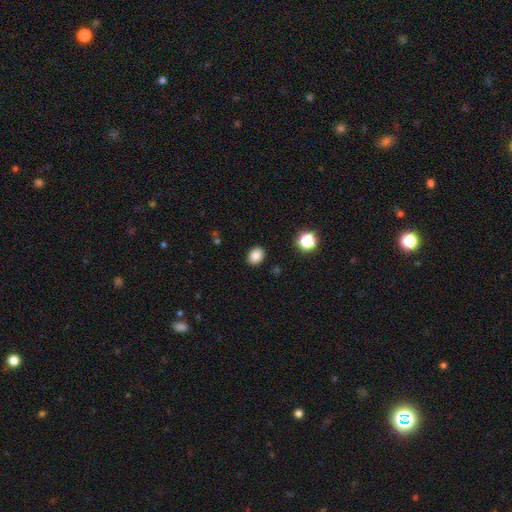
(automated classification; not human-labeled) smooth_or_featured: smooth (p=0.85) [alt: star or artifact p=0.11]
how_rounded: in between (p=0.59) [alt: round p=0.40]
merging: none (p=0.89) [alt: minor disturbance p=0.07]